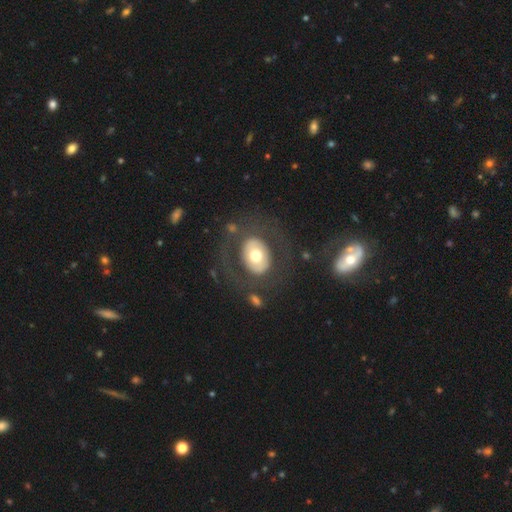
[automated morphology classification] Smooth or featured? Predicted: smooth (p=0.48). Merging? Predicted: none (p=0.72).